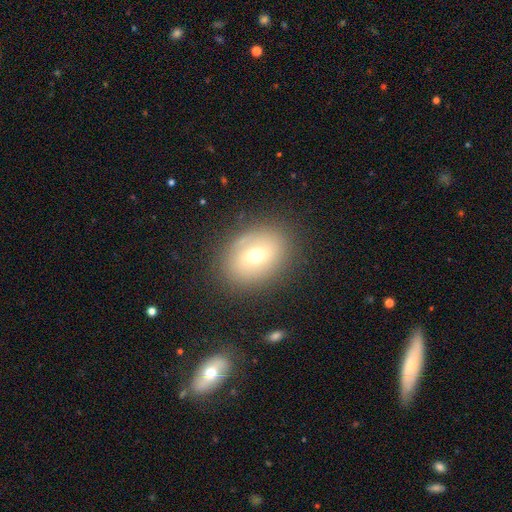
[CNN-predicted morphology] This appears to be a smooth galaxy with no disk features (57%) that is in between round and cigar-shaped (63%). Merging: none (81%).